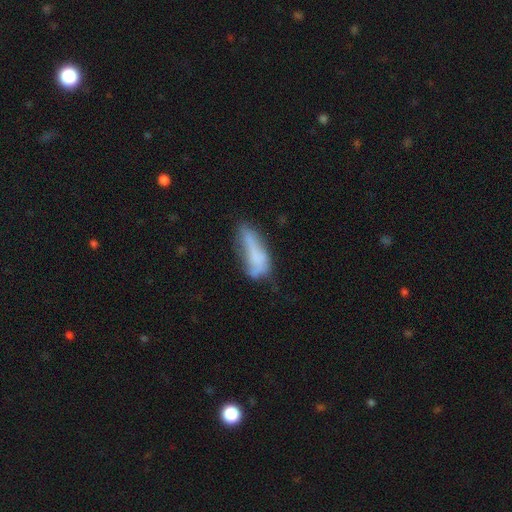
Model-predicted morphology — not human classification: smooth 60%, featured or disk 31%, star or artifact 10%. Down the decision tree: how rounded — in between (56%); merging — none (32%).